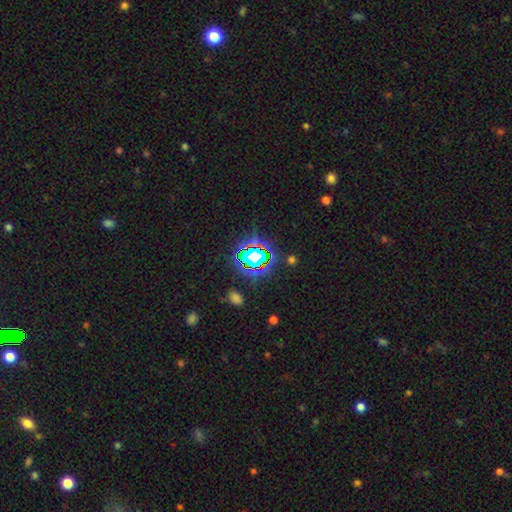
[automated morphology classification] The model was most divided on "smooth or featured": star or artifact: 68%, smooth: 20%, featured or disk: 12%.